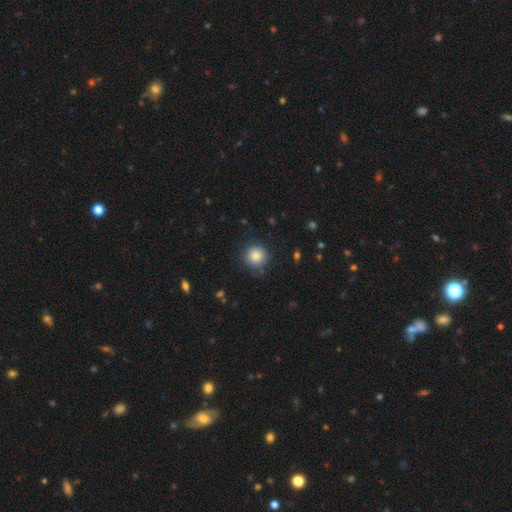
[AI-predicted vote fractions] A smooth galaxy with no disk features (81%) that is round (93%). Merging: none (81%).